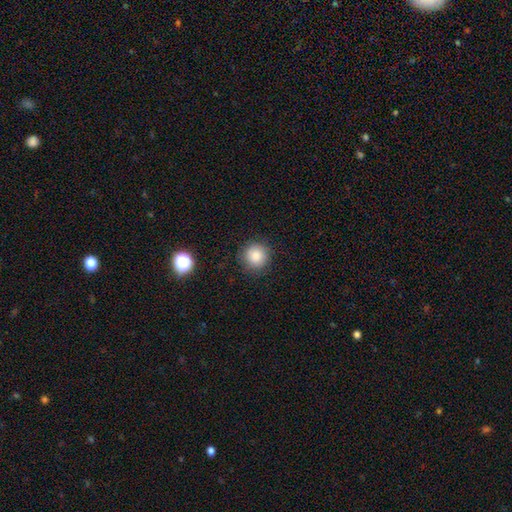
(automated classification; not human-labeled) This appears to be a smooth galaxy with no disk features (85%) that is round (94%). Merging: none (88%).